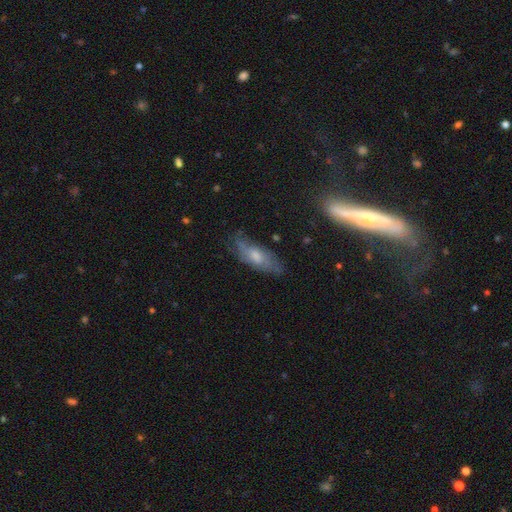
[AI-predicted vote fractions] Smooth or featured?
  - featured or disk: 49% *
  - smooth: 43%
  - star or artifact: 8%
Merging?
  - none: 64% *
  - minor disturbance: 25%
  - major disturbance: 9%
  - merger: 2%